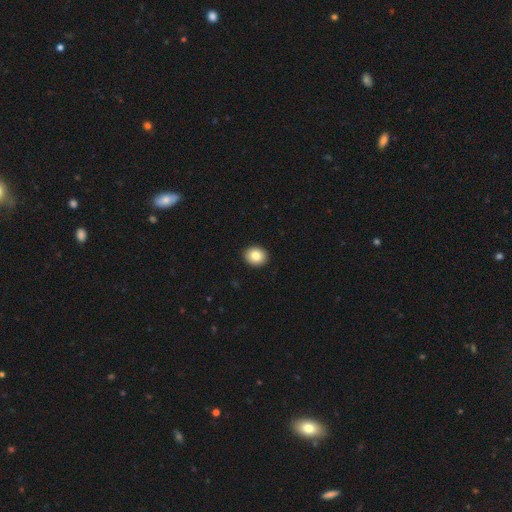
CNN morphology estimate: smooth 83%, star or artifact 9%, featured or disk 8%. Down the decision tree: how rounded — round (71%); merging — none (93%).